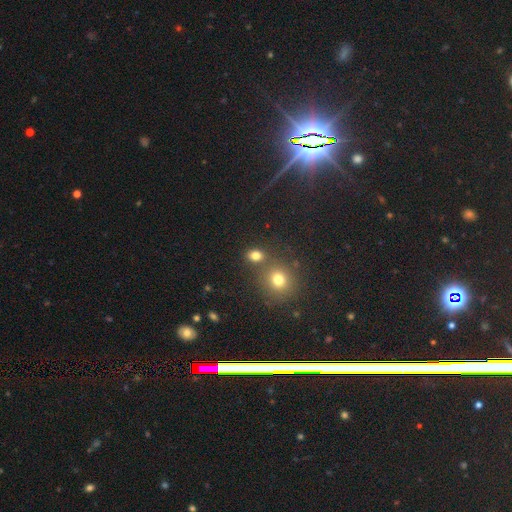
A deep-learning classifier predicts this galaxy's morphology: Smooth or featured? Predicted: smooth (p=0.77). How rounded? Predicted: round (p=0.51). Merging? Predicted: none (p=0.69).